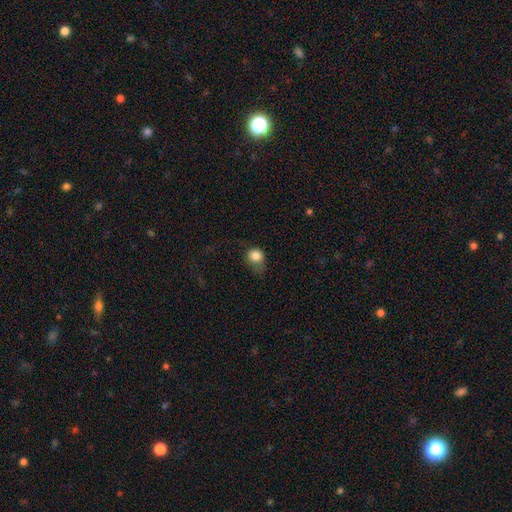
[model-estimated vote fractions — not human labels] smooth_or_featured: smooth (p=0.83) [alt: star or artifact p=0.10]
how_rounded: round (p=0.72) [alt: in between p=0.27]
merging: none (p=0.40) [alt: minor disturbance p=0.37]